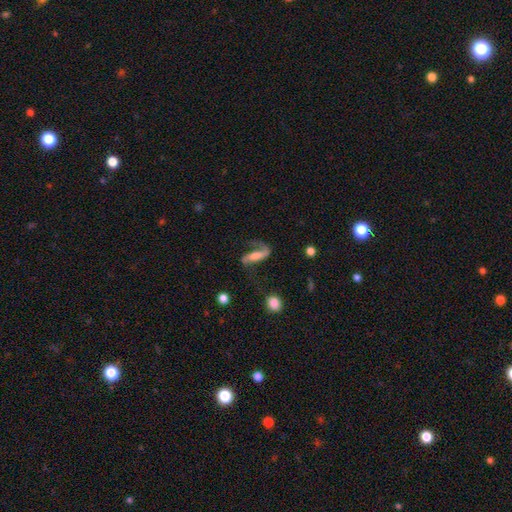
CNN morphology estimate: A featured or disk galaxy (61%) with a strong bar (38%), spiral arms (86%) and a moderate central bulge (29%). Merging: none (46%).